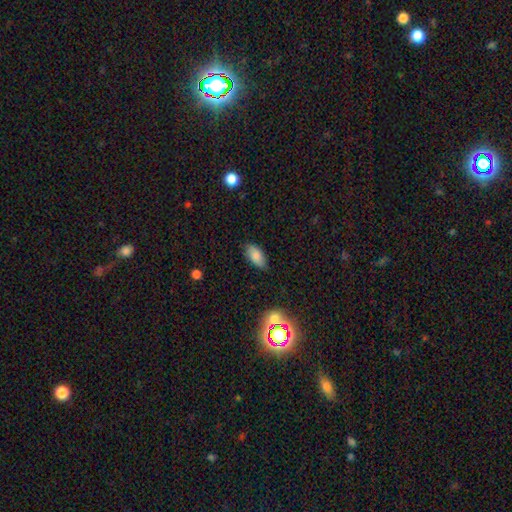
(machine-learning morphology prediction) The model was most divided on "merging": none: 82%, minor disturbance: 14%, major disturbance: 3%, merger: 1%. More confident: how rounded — in between (92%); smooth or featured — smooth (83%).